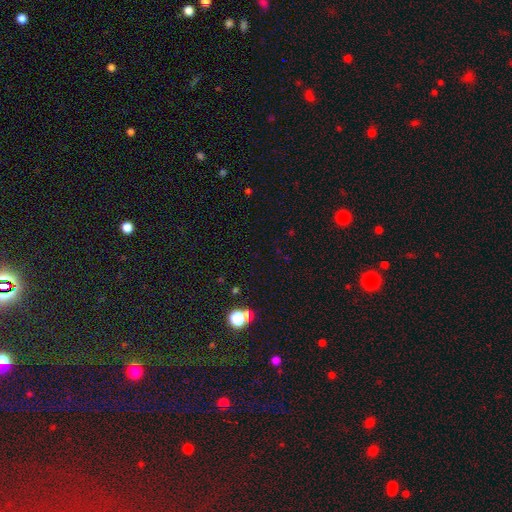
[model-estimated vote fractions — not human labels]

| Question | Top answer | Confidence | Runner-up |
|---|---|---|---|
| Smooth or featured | star or artifact | 65% | smooth (27%) |